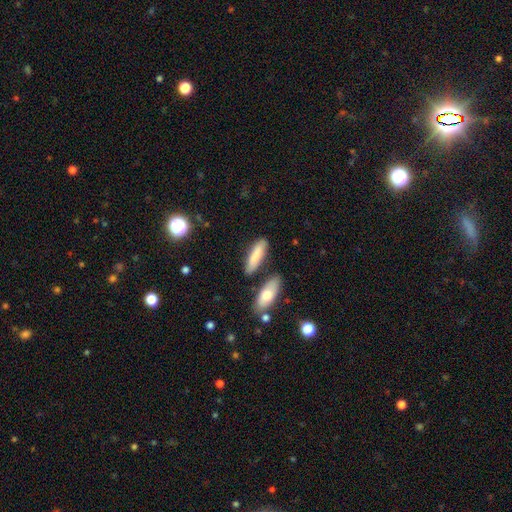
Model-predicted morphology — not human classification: Smooth or featured? Predicted: smooth (p=0.81). How rounded? Predicted: cigar-shaped (p=0.52). Merging? Predicted: none (p=0.76).